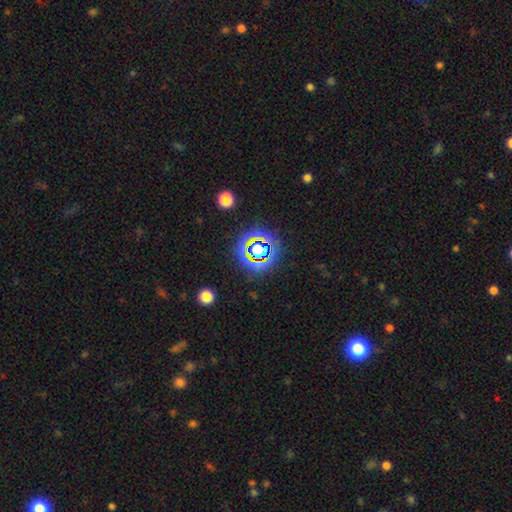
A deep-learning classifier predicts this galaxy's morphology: smooth_or_featured: star or artifact (p=0.62) [alt: smooth p=0.25]